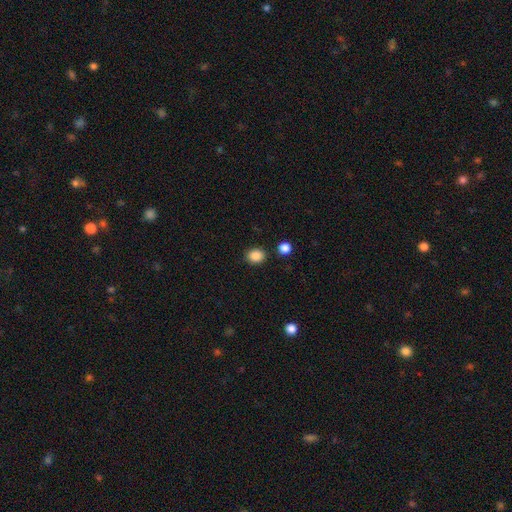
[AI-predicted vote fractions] Overall: smooth (87%). How rounded: round (61%; in between 39%). Merging: none (86%).